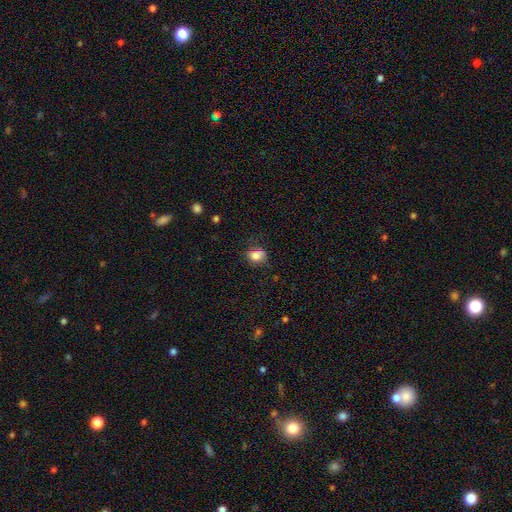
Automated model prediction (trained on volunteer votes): Morphology: type=smooth (79%); roundness=in between (52%); merging=none (66%).